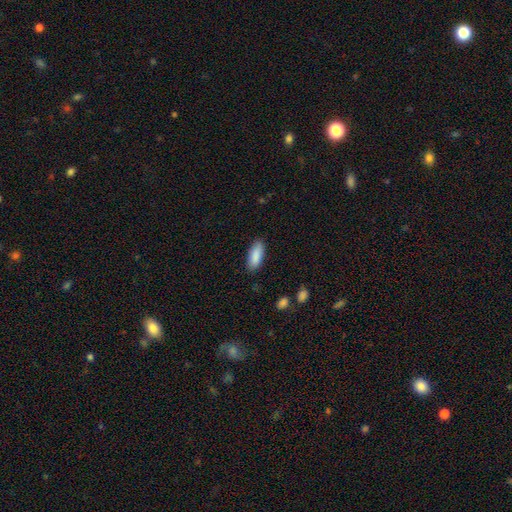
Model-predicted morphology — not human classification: Overall: smooth (89%). How rounded: in between (74%). Merging: none (87%).